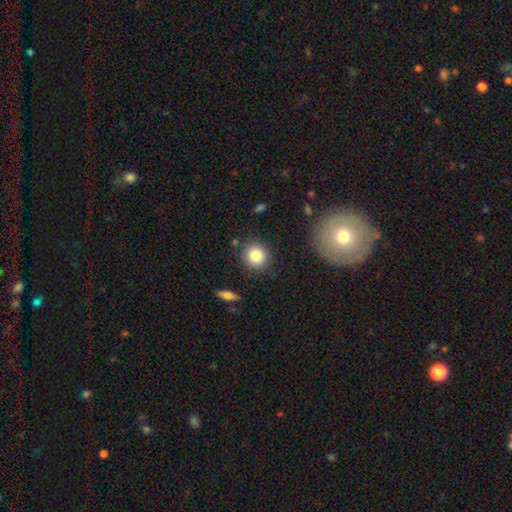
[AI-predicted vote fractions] A smooth galaxy with no disk features (82%) that is round (88%).

Vote fractions:
- Smooth or featured? smooth: 82% / star or artifact: 10% / featured or disk: 8%
- How rounded? round: 88% / in between: 11% / cigar-shaped: 1%
- Merging? none: 86% / minor disturbance: 9% / merger: 3% / major disturbance: 3%